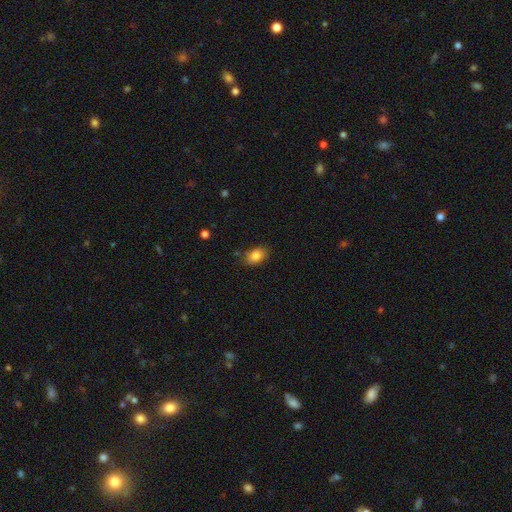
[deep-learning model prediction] This appears to be a smooth galaxy with no disk features (84%) that is in between round and cigar-shaped (84%). Merging: none (79%).